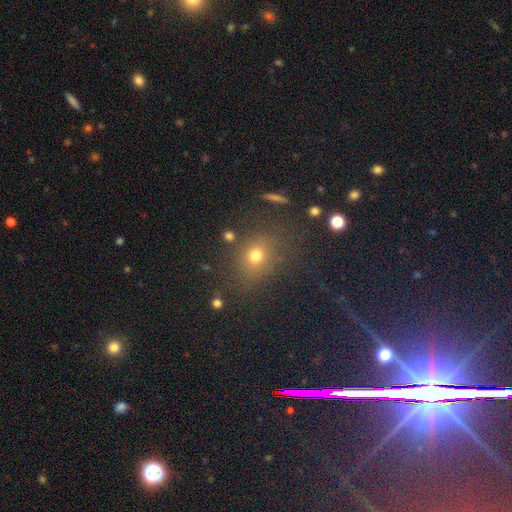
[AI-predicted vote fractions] Smooth or featured?
  - smooth: 67% *
  - star or artifact: 22%
  - featured or disk: 10%
How rounded?
  - round: 66% *
  - in between: 32%
  - cigar-shaped: 2%
Merging?
  - none: 78% *
  - minor disturbance: 12%
  - major disturbance: 6%
  - merger: 4%